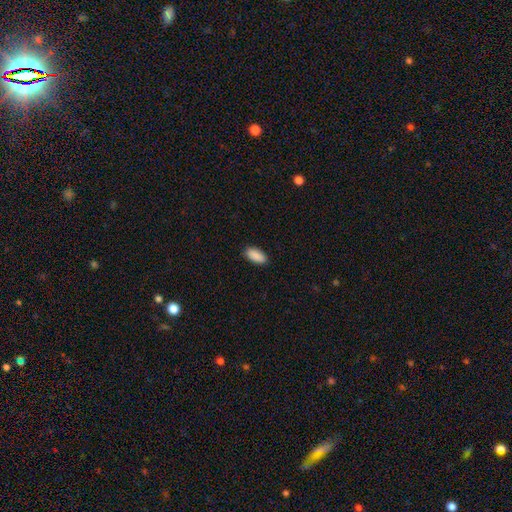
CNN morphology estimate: Overall: smooth (91%). How rounded: in between (91%). Merging: none (88%).